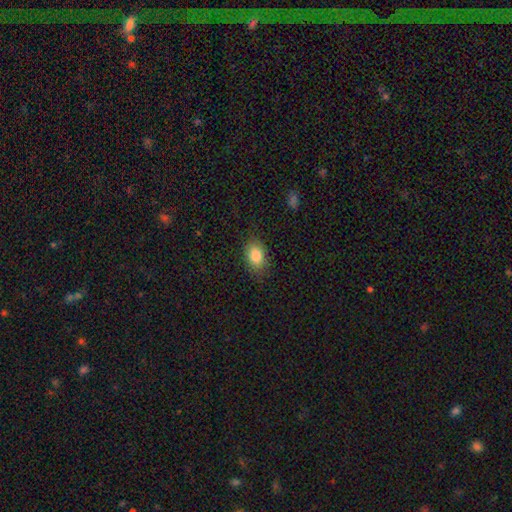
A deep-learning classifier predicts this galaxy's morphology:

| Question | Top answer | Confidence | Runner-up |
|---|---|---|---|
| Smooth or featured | smooth | 83% | featured or disk (9%) |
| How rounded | in between | 82% | round (17%) |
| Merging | none | 83% | minor disturbance (13%) |